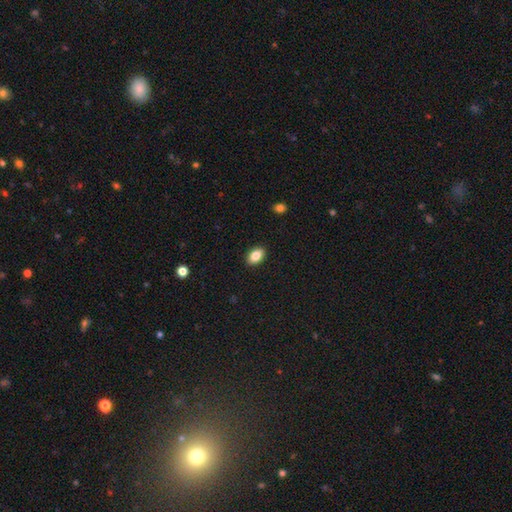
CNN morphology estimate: smooth 85%, star or artifact 8%, featured or disk 7%. Down the decision tree: how rounded — in between (89%); merging — none (90%).